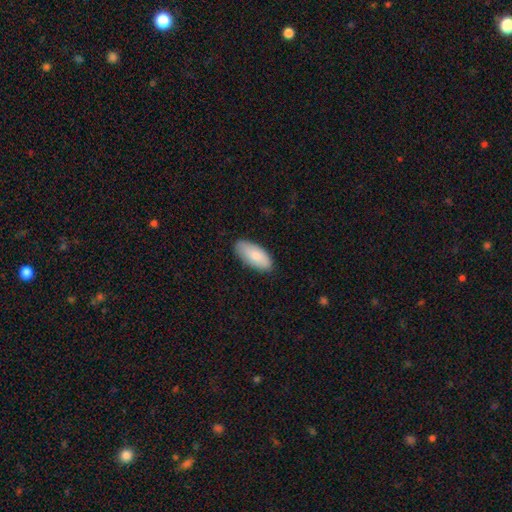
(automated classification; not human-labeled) This appears to be a smooth galaxy with no disk features (84%) that is in between round and cigar-shaped (88%). Merging: none (84%).